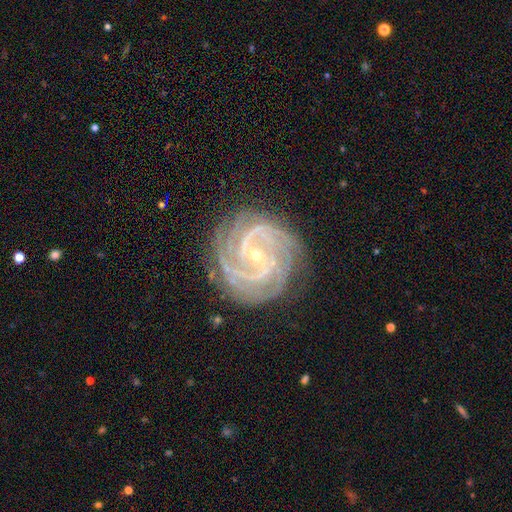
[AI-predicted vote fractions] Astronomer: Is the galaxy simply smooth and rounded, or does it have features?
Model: featured or disk — 92%.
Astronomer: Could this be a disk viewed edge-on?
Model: no — 98%.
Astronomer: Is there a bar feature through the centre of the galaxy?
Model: no — 40% (runner-up: weak, 37%).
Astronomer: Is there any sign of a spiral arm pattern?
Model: yes — 99%.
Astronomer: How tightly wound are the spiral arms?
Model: tight — 76%.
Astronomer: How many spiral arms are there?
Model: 3 — 26% (runner-up: 2, 22%).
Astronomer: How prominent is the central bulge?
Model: small — 81%.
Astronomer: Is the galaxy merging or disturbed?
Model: none — 81%.